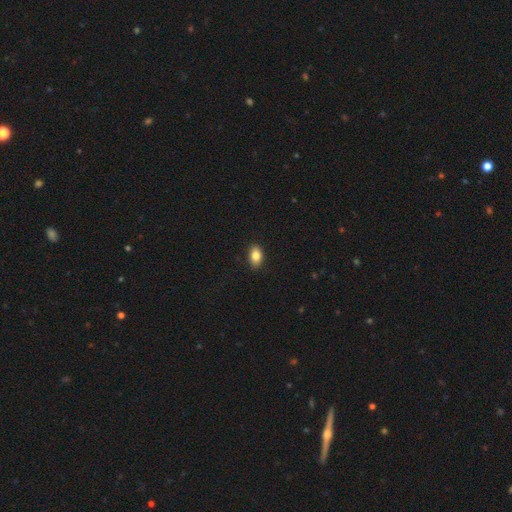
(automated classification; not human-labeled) A smooth galaxy with no disk features (85%) that is in between round and cigar-shaped (87%). Merging: none (88%).